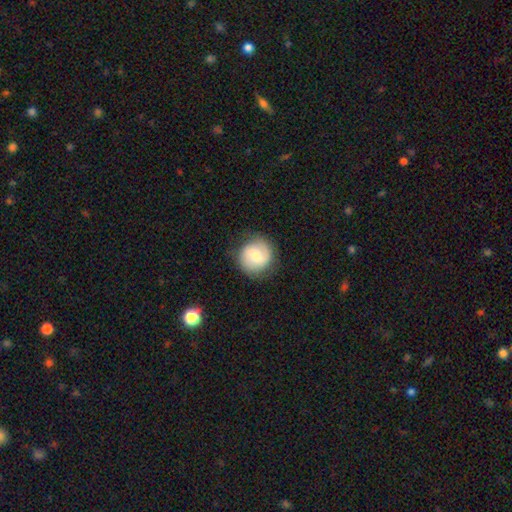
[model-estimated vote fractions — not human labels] Morphology: type=smooth (49%); merging=none (82%).